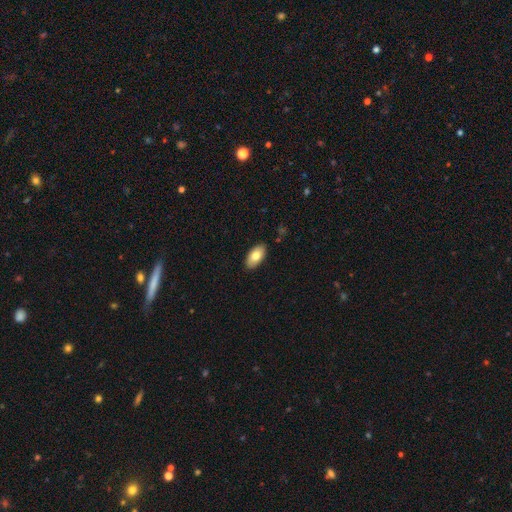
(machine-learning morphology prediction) The model was most divided on "smooth or featured": smooth: 78%, featured or disk: 16%, star or artifact: 6%. More confident: how rounded — in between (94%); merging — none (88%).